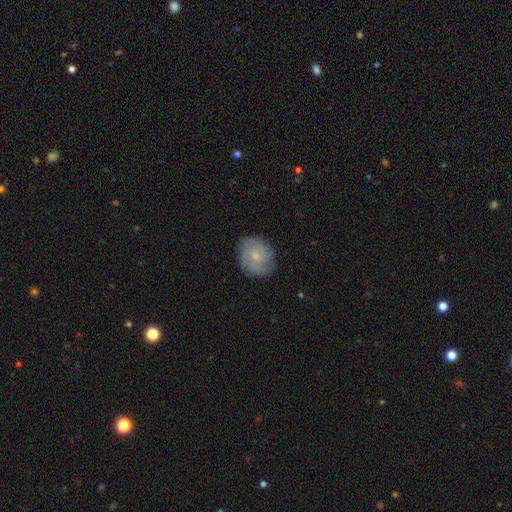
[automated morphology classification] smooth_or_featured: featured or disk (p=0.54) [alt: smooth p=0.38]
disk_edge_on: no (p=0.97) [alt: yes p=0.03]
bar: no (p=0.80) [alt: weak p=0.18]
has_spiral_arms: yes (p=0.86) [alt: no p=0.14]
bulge_size: small (p=0.58) [alt: moderate p=0.34]
merging: none (p=0.78) [alt: minor disturbance p=0.16]